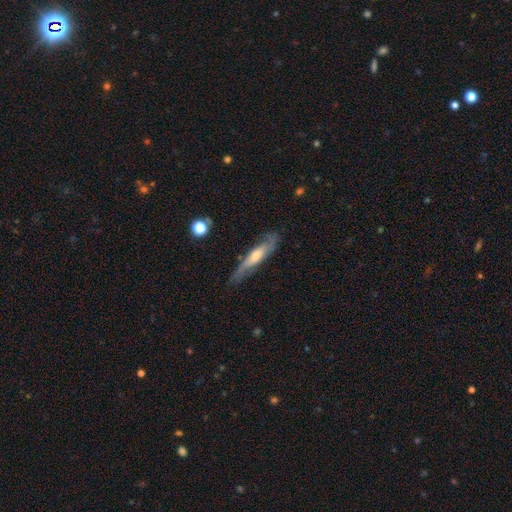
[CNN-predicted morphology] This is likely a featured or disk galaxy (61%). It is possibly viewed edge-on (58%). Merging: likely none (72%).